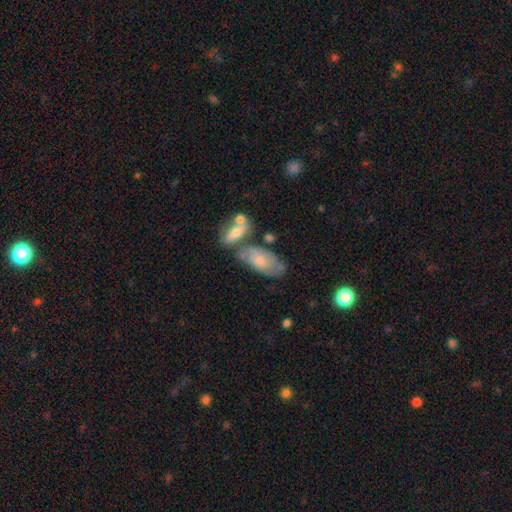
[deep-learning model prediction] Q: Smooth or featured?
A: featured or disk (46%); runner-up: smooth (37%)
Q: Merging?
A: none (49%); runner-up: merger (33%)